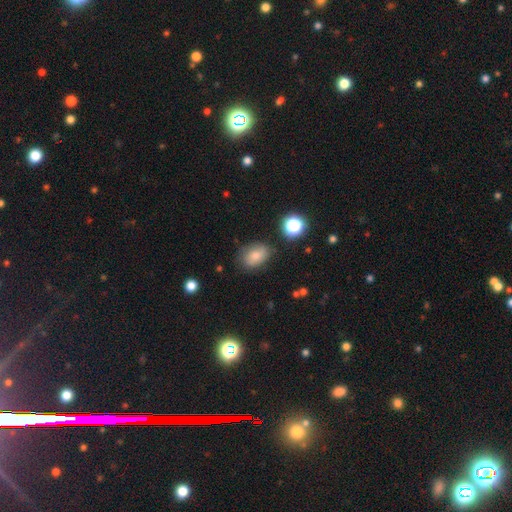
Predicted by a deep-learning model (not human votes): This appears to be a smooth galaxy with no disk features (74%) that is in between round and cigar-shaped (75%). Merging: none (71%).